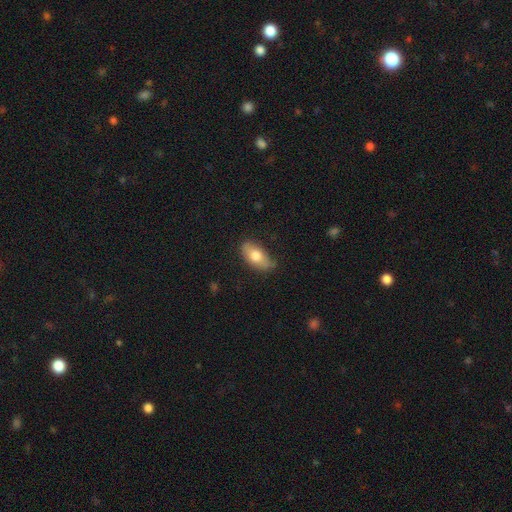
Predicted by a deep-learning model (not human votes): Smooth or featured? smooth (72%)
How rounded? in between (89%)
Merging? none (70%)